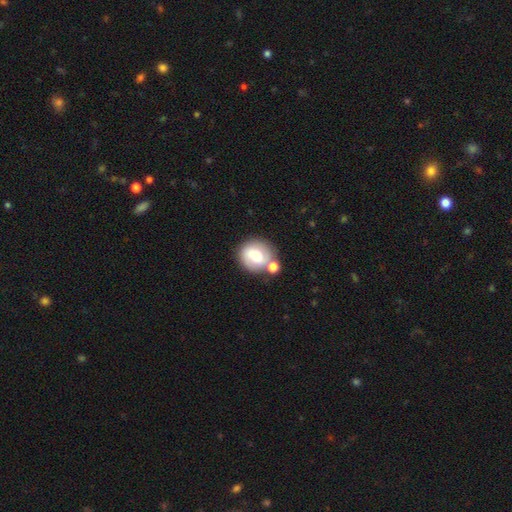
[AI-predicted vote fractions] Smooth or featured: smooth — 61% (featured or disk — 31%)
How rounded: round — 77% (in between — 22%)
Merging: none — 56% (merger — 25%)